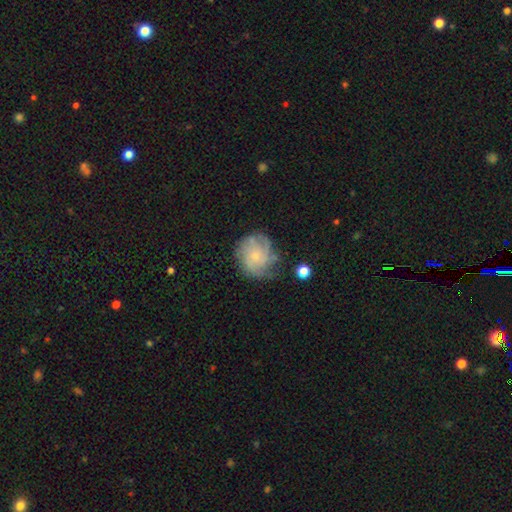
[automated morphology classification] The model was most divided on "spiral arm count": can't tell: 34%, 3: 21%, 4: 21%, 2: 10%, more than 4: 8%, 1: 6%. More confident: edge-on disk — no (98%); spiral arms — yes (92%); bar — no (80%); bulge size — small (75%); smooth or featured — featured or disk (70%); merging — none (69%); spiral winding — tight (56%).